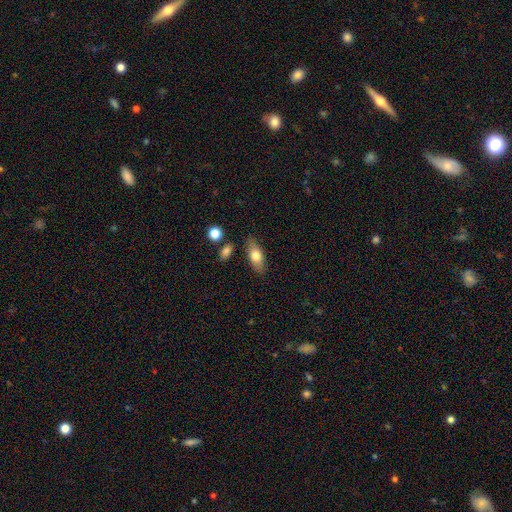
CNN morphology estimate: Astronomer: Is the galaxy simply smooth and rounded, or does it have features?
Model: smooth — 70%.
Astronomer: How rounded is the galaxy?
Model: in between — 77%.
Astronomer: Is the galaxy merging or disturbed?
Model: none — 81%.